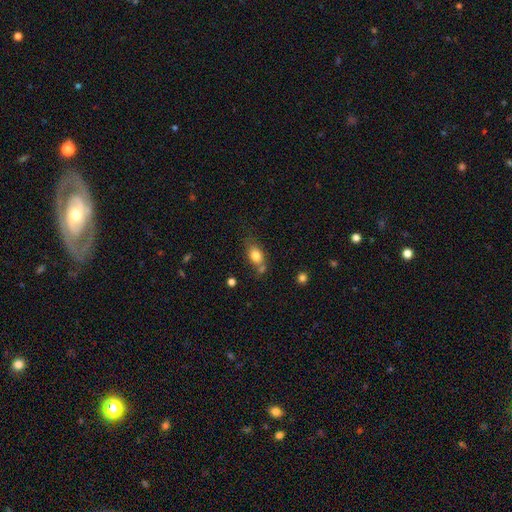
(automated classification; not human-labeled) smooth_or_featured: smooth (p=0.79) [alt: featured or disk p=0.12]
how_rounded: in between (p=0.78) [alt: round p=0.19]
merging: none (p=0.54) [alt: merger p=0.20]